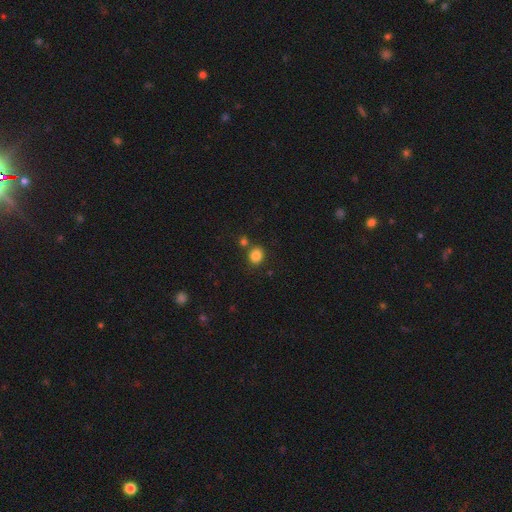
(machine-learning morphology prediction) type=smooth (84%); roundness=round (66%); merging=none (74%).